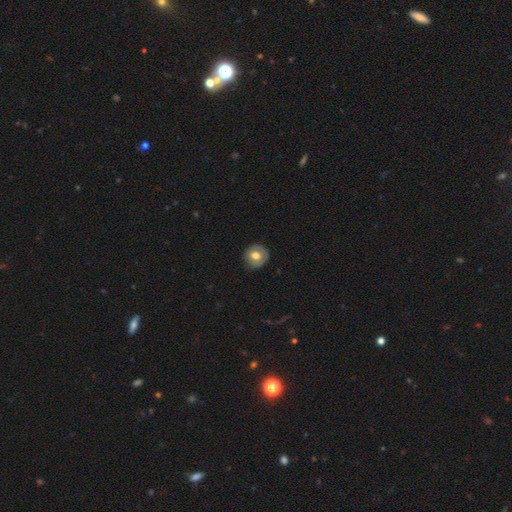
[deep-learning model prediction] Q: Smooth or featured?
A: smooth (64%); runner-up: featured or disk (29%)
Q: How rounded?
A: round (88%); runner-up: in between (11%)
Q: Merging?
A: none (82%); runner-up: minor disturbance (13%)